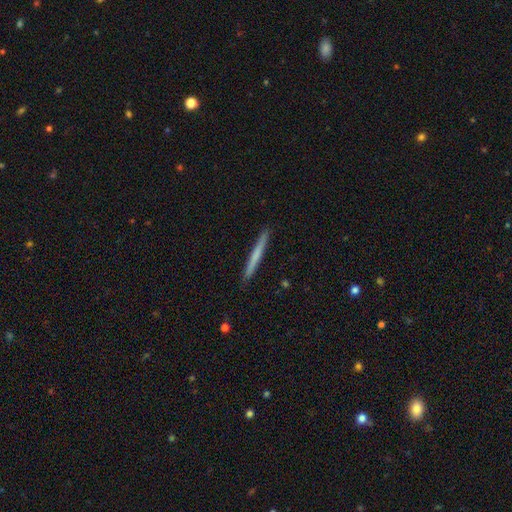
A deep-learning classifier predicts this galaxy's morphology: smooth 60%, featured or disk 35%, star or artifact 5%. Down the decision tree: how rounded — cigar-shaped (97%); merging — none (92%).